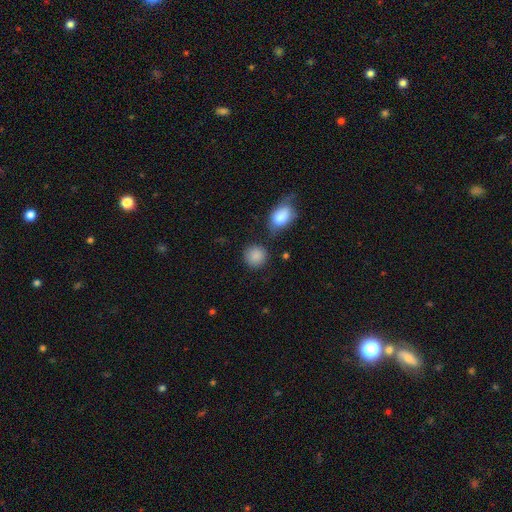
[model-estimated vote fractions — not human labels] Smooth or featured: smooth — 88% (star or artifact — 8%)
How rounded: round — 87% (in between — 12%)
Merging: none — 79% (minor disturbance — 11%)